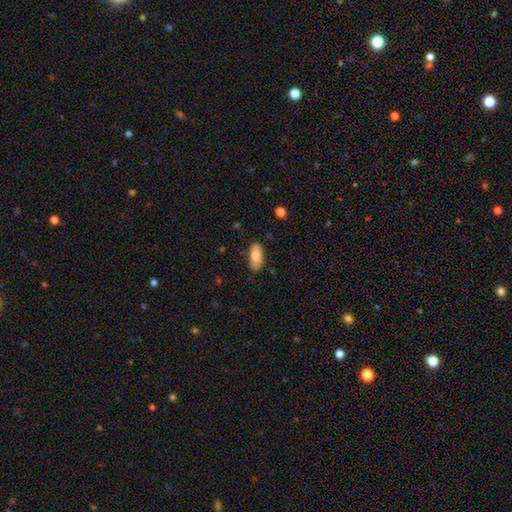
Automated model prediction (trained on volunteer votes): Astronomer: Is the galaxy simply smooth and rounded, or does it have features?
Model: smooth — 80%.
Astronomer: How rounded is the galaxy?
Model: in between — 88%.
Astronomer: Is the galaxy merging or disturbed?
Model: none — 79%.